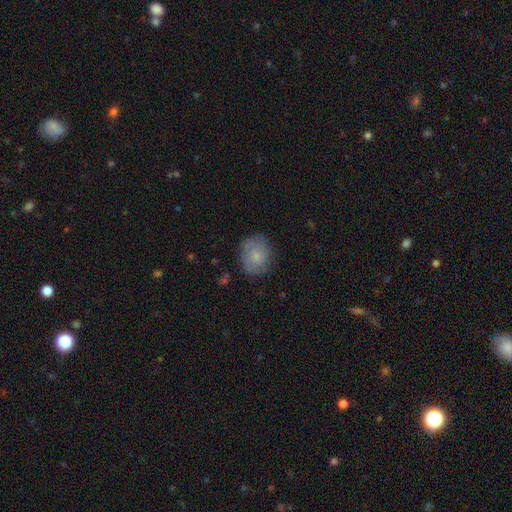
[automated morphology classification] Smooth or featured: smooth — 69% (featured or disk — 24%)
How rounded: round — 59% (in between — 40%)
Merging: none — 73% (minor disturbance — 20%)